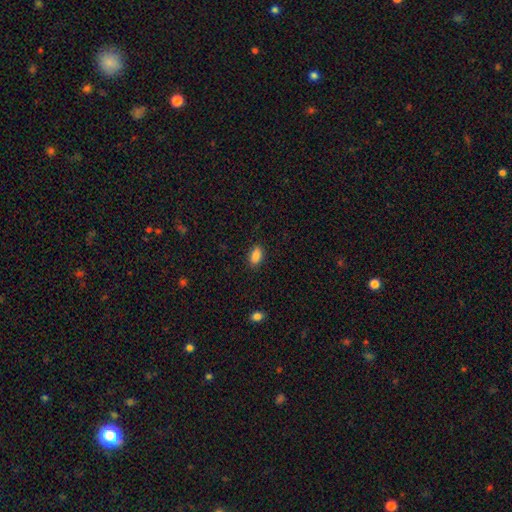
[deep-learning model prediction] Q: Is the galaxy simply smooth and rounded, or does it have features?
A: smooth — 87%.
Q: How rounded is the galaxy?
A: in between — 90%.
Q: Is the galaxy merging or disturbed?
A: none — 87%.